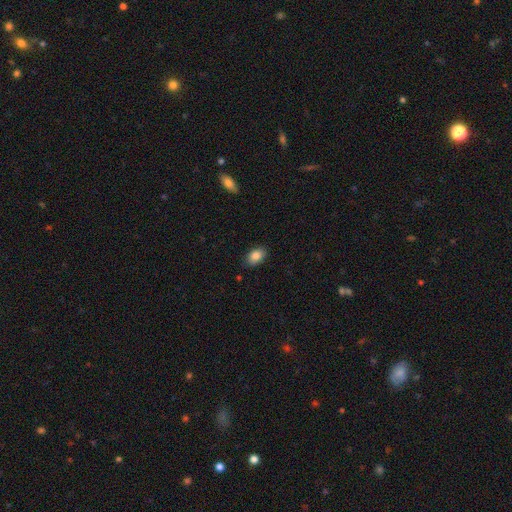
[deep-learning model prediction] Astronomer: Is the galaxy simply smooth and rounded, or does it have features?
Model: smooth — 86%.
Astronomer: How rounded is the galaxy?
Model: in between — 85%.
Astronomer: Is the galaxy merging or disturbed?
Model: none — 84%.